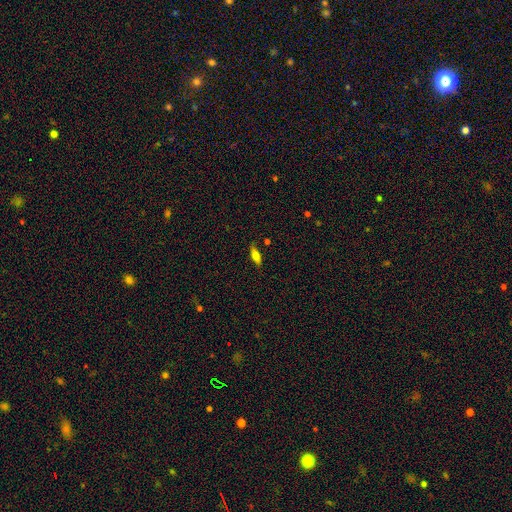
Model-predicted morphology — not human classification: smooth 68%, featured or disk 24%, star or artifact 9%. Down the decision tree: how rounded — in between (59%); merging — none (83%).